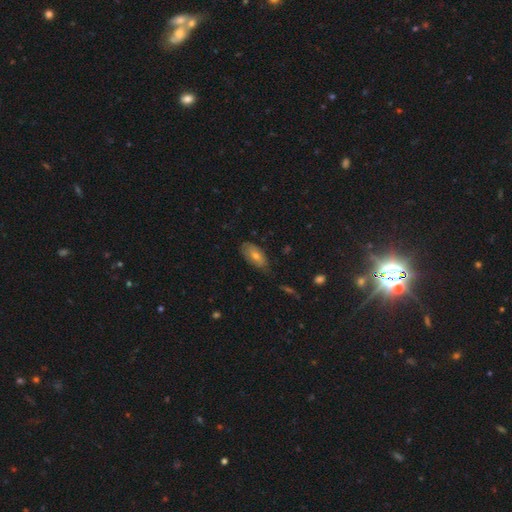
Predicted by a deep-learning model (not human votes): This is possibly a smooth galaxy (58%). How rounded: clearly in between (86%). Merging: likely none (66%).